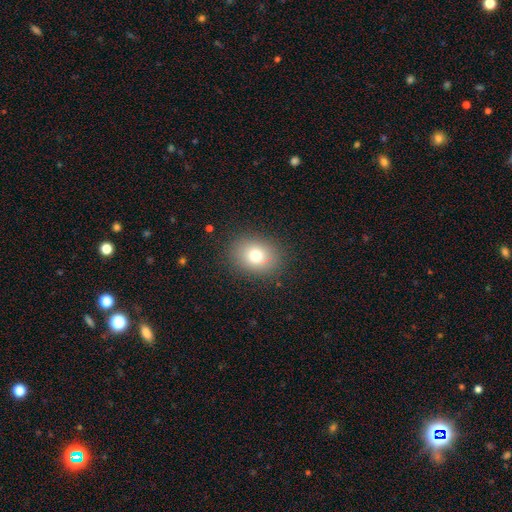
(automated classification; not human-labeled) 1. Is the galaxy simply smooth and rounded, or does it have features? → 75% smooth, 13% featured or disk, 13% star or artifact.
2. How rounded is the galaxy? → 50% round, 49% in between, 1% cigar-shaped.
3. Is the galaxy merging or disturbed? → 85% none, 10% minor disturbance, 4% major disturbance, 1% merger.